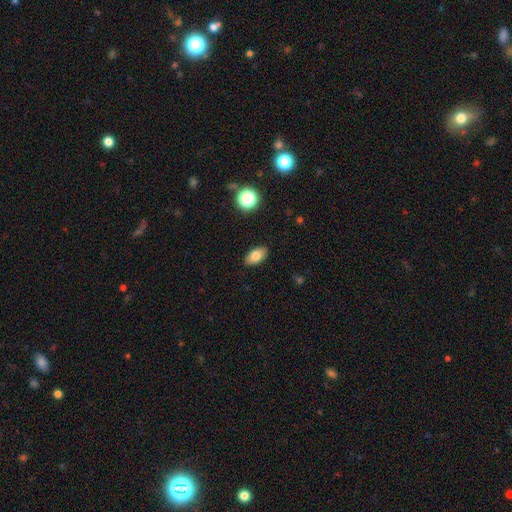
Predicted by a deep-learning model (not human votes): smooth-or-featured: smooth: 79% | featured or disk: 12% | star or artifact: 9%
  how-rounded: in between: 91% | round: 6% | cigar-shaped: 3%
  merging: none: 89% | minor disturbance: 8% | major disturbance: 2% | merger: 1%